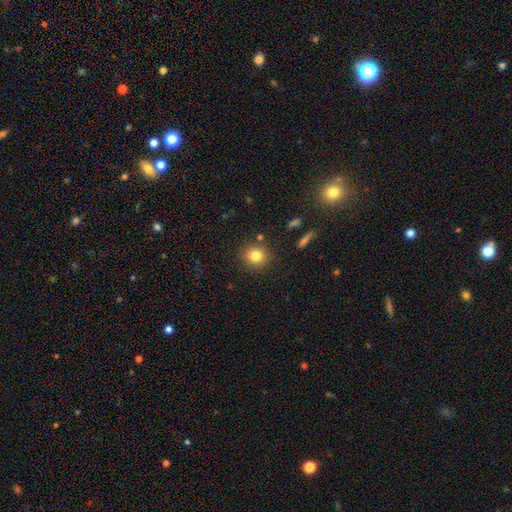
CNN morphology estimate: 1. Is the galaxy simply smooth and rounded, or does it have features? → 80% smooth, 12% star or artifact, 8% featured or disk.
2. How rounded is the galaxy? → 81% round, 18% in between, 1% cigar-shaped.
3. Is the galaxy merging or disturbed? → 83% none, 10% minor disturbance, 5% merger, 3% major disturbance.